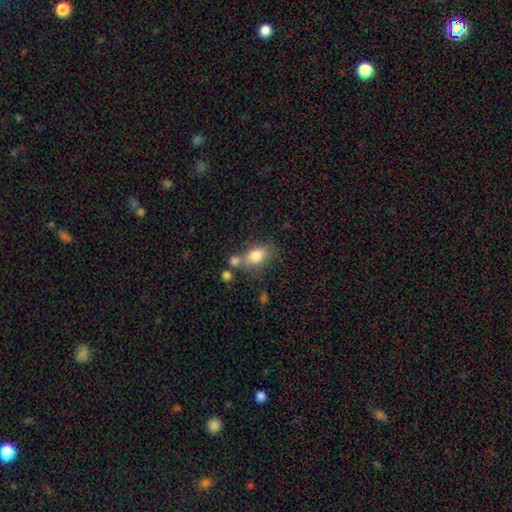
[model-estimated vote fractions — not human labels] smooth_or_featured: smooth (p=0.80) [alt: featured or disk p=0.12]
how_rounded: in between (p=0.81) [alt: round p=0.15]
merging: none (p=0.53) [alt: merger p=0.24]